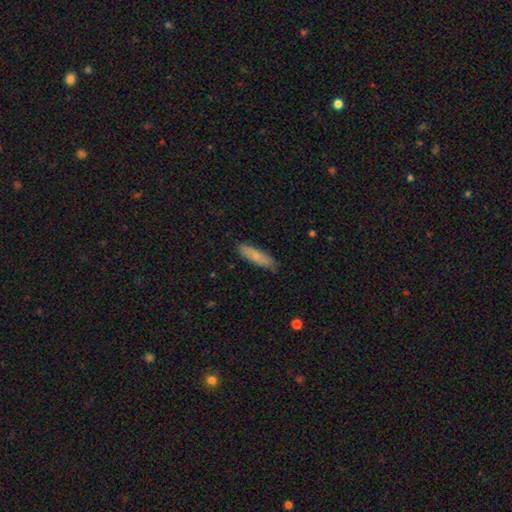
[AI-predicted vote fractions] This is likely a smooth galaxy (79%). How rounded: likely cigar-shaped (70%). Merging: clearly none (81%).